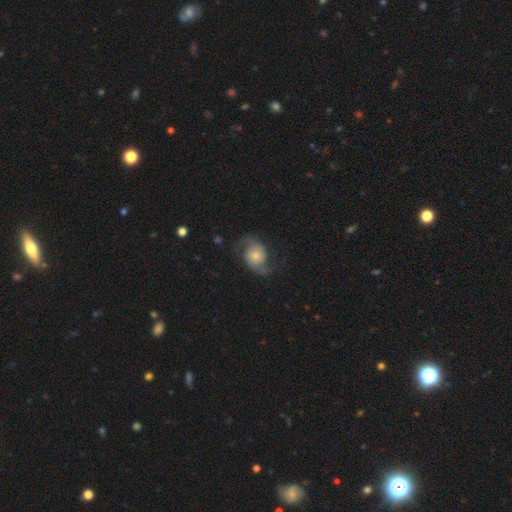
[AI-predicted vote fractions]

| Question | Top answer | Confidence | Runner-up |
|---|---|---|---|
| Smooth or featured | featured or disk | 72% | smooth (21%) |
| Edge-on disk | no | 97% | yes (3%) |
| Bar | no | 74% | weak (21%) |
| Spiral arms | yes | 92% | no (8%) |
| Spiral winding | loose | 52% | medium (37%) |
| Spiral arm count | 2 | 92% | can't tell (3%) |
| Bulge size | small | 56% | moderate (31%) |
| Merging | none | 67% | minor disturbance (18%) |